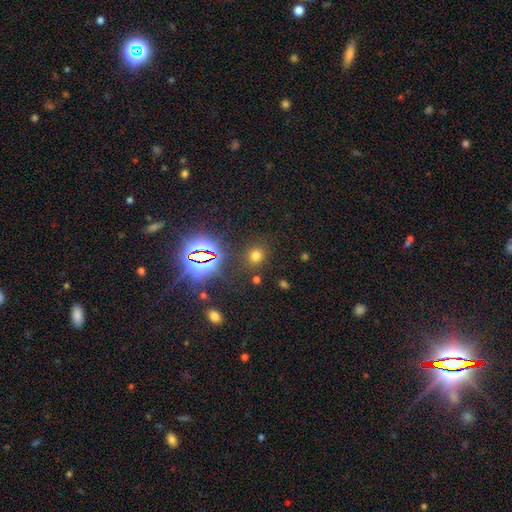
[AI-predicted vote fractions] Q: Smooth or featured?
A: smooth (64%); runner-up: star or artifact (29%)
Q: How rounded?
A: round (81%); runner-up: in between (18%)
Q: Merging?
A: none (84%); runner-up: minor disturbance (9%)